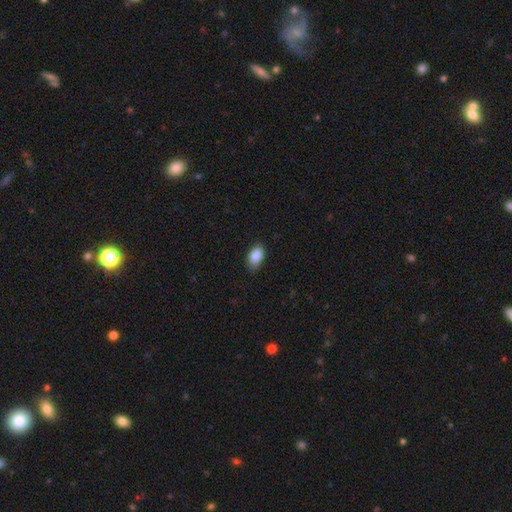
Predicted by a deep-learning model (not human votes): The model was most divided on "merging": none: 82%, minor disturbance: 15%, major disturbance: 2%, merger: 1%. More confident: how rounded — in between (91%); smooth or featured — smooth (86%).